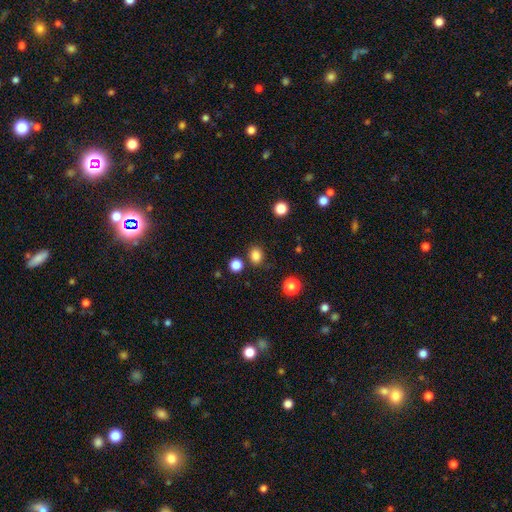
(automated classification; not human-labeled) This is clearly a smooth galaxy (83%). How rounded: possibly round (59%). Merging: likely none (80%).